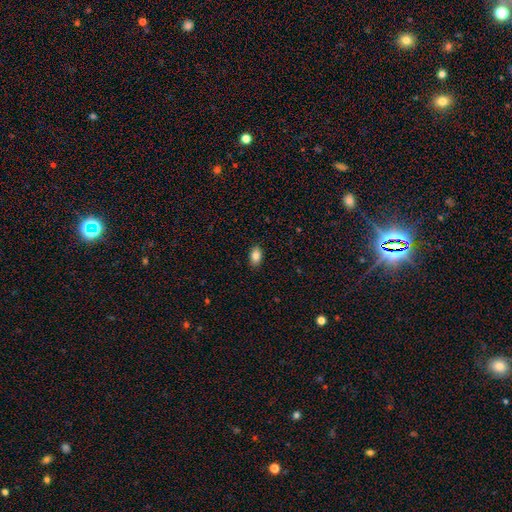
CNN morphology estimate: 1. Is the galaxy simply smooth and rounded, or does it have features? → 86% smooth, 8% star or artifact, 6% featured or disk.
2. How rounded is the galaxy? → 90% in between, 9% round, 2% cigar-shaped.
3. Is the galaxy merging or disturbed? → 88% none, 9% minor disturbance, 2% major disturbance, 1% merger.